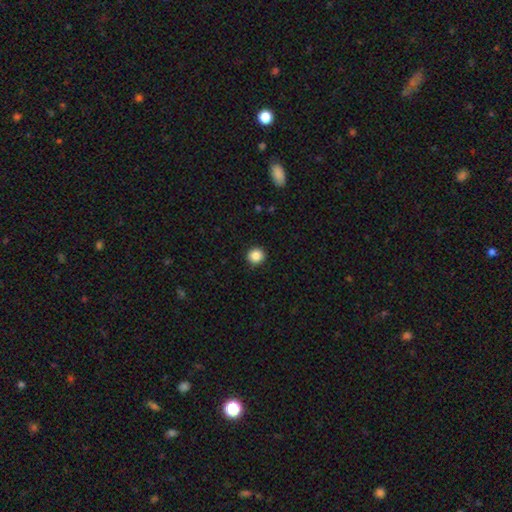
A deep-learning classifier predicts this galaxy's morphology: type=smooth (87%); roundness=round (93%); merging=none (92%).